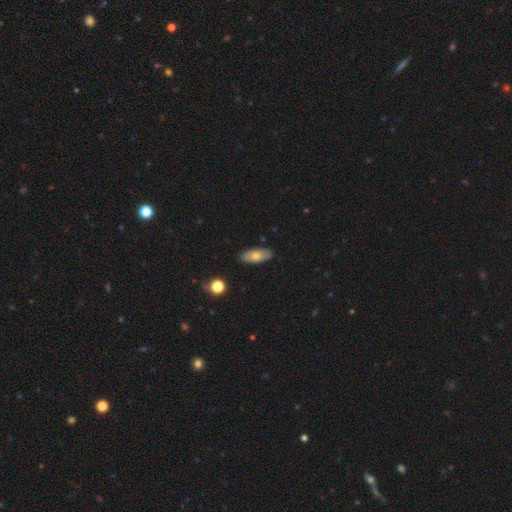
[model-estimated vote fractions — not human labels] Smooth or featured? Predicted: smooth (p=0.66). How rounded? Predicted: in between (p=0.83). Merging? Predicted: none (p=0.87).